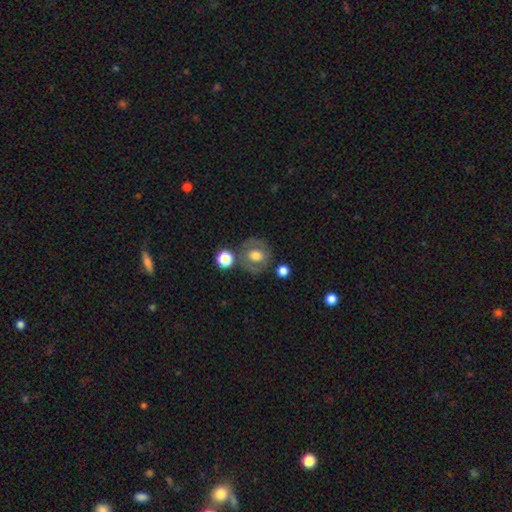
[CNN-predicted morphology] smooth 51%, featured or disk 40%, star or artifact 9%. Down the decision tree: how rounded — round (75%); merging — none (70%).